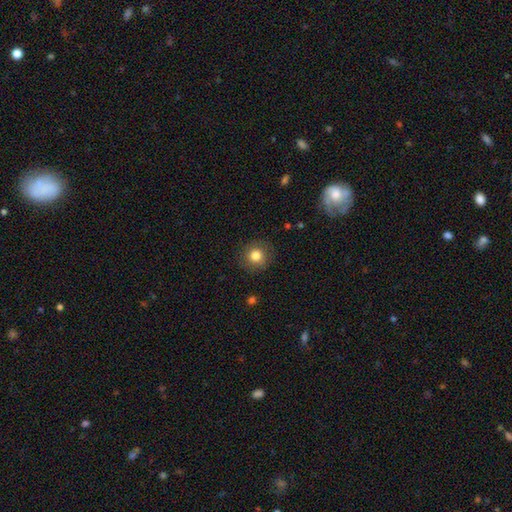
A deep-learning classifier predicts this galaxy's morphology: type=smooth (81%); roundness=round (92%); merging=none (88%).